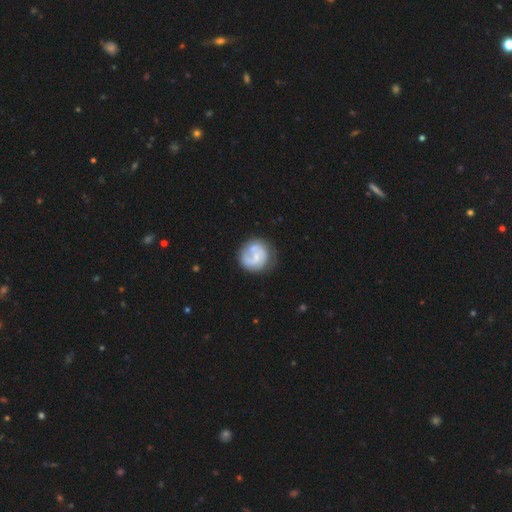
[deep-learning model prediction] Overall: featured or disk (67%). Edge-on disk: no (98%). Bar: no (59%; weak 35%). Spiral arms: yes (86%). Spiral arm count: 2 (58%). Spiral winding: medium (40%; tight 38%). Bulge size: small (54%; moderate 26%). Merging: none (68%).